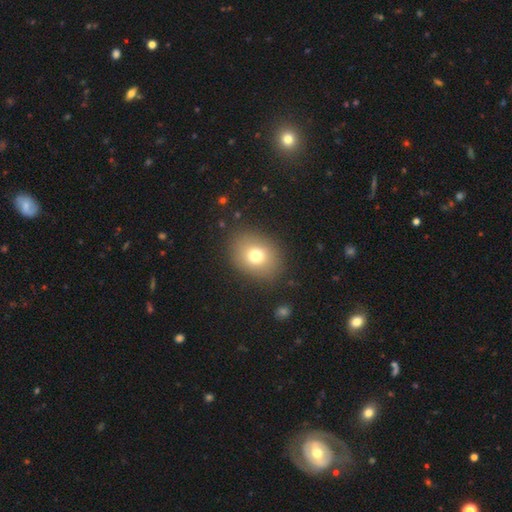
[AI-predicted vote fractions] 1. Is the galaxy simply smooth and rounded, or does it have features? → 74% smooth, 14% featured or disk, 12% star or artifact.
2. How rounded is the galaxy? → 54% in between, 45% round, 1% cigar-shaped.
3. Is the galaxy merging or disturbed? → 85% none, 10% minor disturbance, 4% major disturbance, 1% merger.